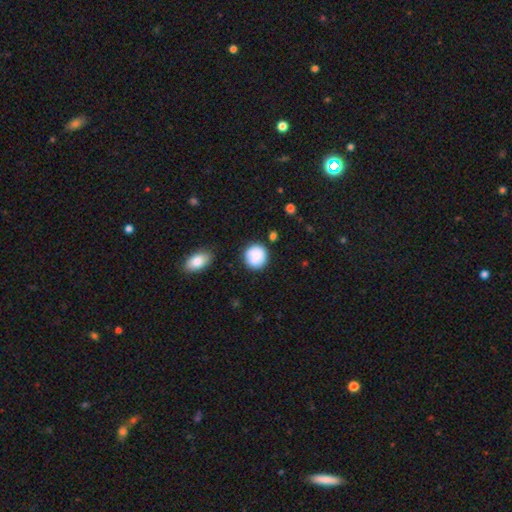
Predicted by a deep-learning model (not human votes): A smooth galaxy with no disk features (84%) that is round (90%).

Vote fractions:
- Smooth or featured? smooth: 84% / featured or disk: 9% / star or artifact: 7%
- How rounded? round: 90% / in between: 9% / cigar-shaped: 1%
- Merging? none: 79% / minor disturbance: 14% / merger: 4% / major disturbance: 3%